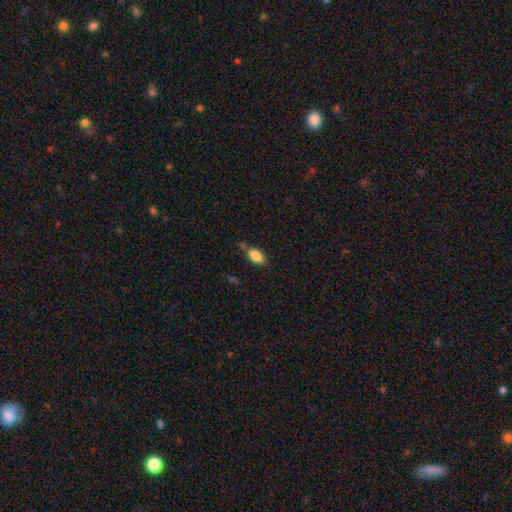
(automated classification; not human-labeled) smooth-or-featured: smooth: 85% | star or artifact: 8% | featured or disk: 7%
  how-rounded: in between: 89% | round: 7% | cigar-shaped: 4%
  merging: none: 67% | minor disturbance: 20% | merger: 8% | major disturbance: 5%